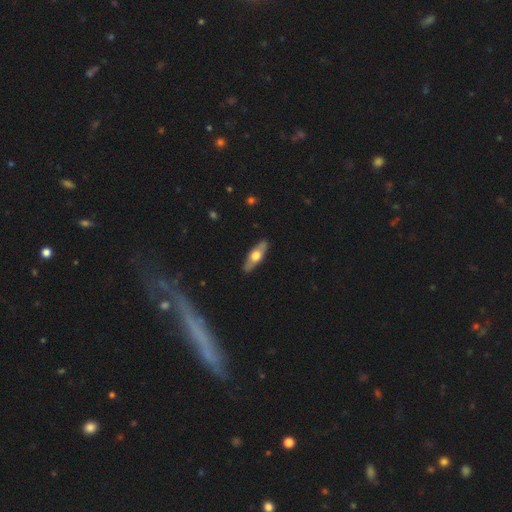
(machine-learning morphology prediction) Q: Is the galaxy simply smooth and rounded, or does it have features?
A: featured or disk — 49%.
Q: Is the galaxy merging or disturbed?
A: none — 88%.